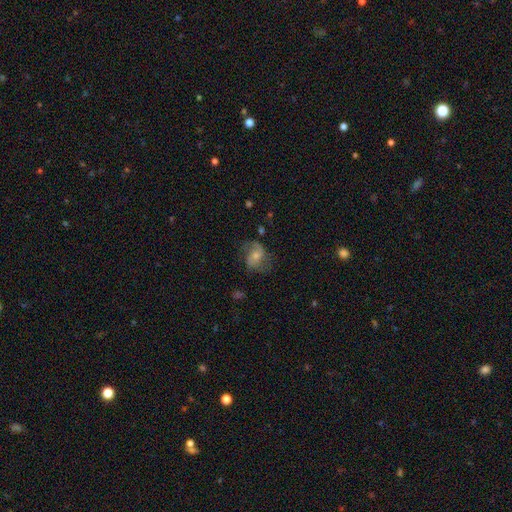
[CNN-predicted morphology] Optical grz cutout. It shows a featured or disk galaxy (47%). Merging: none (54%).